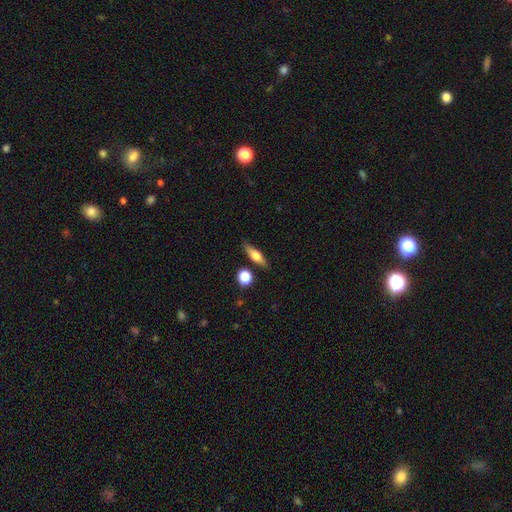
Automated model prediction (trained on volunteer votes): smooth 51%, featured or disk 42%, star or artifact 8%. Down the decision tree: how rounded — cigar-shaped (56%); merging — none (81%).